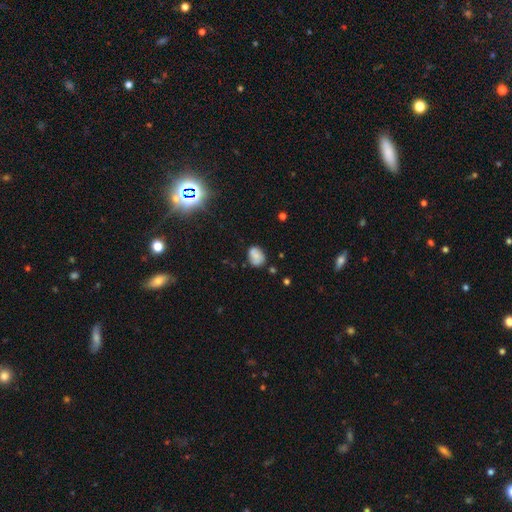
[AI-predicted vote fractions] Smooth or featured? Predicted: smooth (p=0.64). How rounded? Predicted: in between (p=0.71). Merging? Predicted: none (p=0.61).